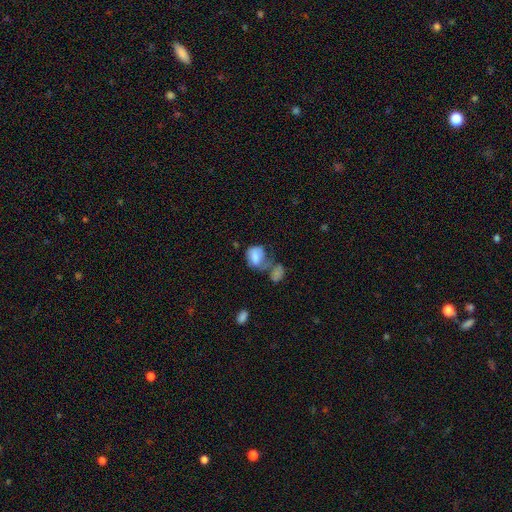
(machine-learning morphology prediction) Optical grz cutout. It shows a smooth galaxy with no disk features (71%) that is in between round and cigar-shaped (63%). Merging: merger (38%).